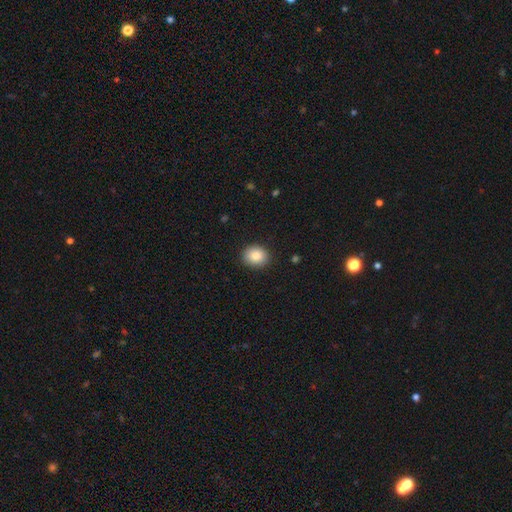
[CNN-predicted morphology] smooth-or-featured: smooth: 86% | star or artifact: 8% | featured or disk: 6%
  how-rounded: round: 65% | in between: 34% | cigar-shaped: 1%
  merging: none: 89% | minor disturbance: 8% | major disturbance: 2% | merger: 1%